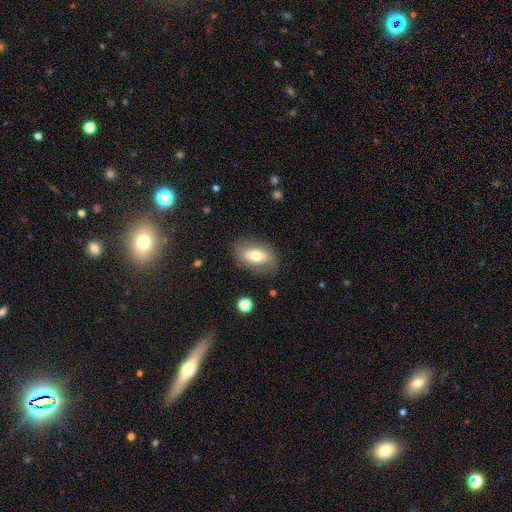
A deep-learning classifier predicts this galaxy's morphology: A smooth galaxy with no disk features (61%) that is in between round and cigar-shaped (88%). Merging: none (79%).